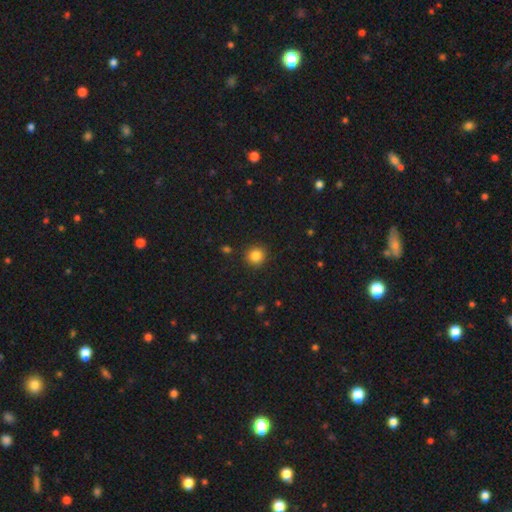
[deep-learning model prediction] This appears to be a smooth galaxy with no disk features (85%) that is round (91%). Merging: none (91%).